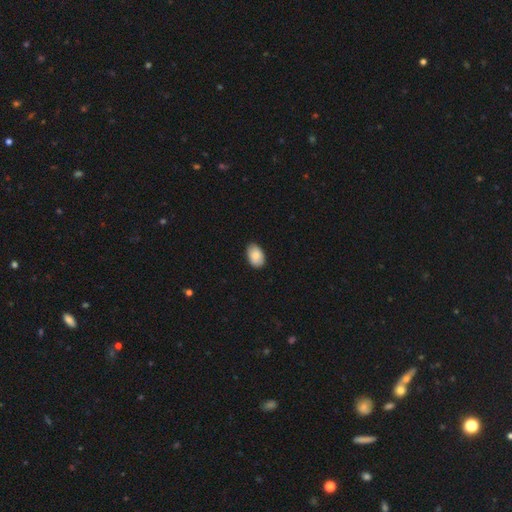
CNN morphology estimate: smooth_or_featured: smooth (p=0.88) [alt: star or artifact p=0.06]
how_rounded: in between (p=0.91) [alt: round p=0.08]
merging: none (p=0.86) [alt: minor disturbance p=0.12]